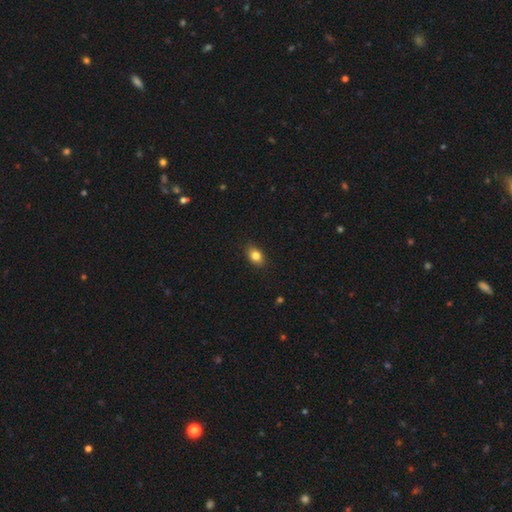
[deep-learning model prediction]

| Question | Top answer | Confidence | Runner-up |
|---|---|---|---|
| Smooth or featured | smooth | 83% | star or artifact (9%) |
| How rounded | in between | 77% | round (21%) |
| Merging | none | 87% | minor disturbance (10%) |